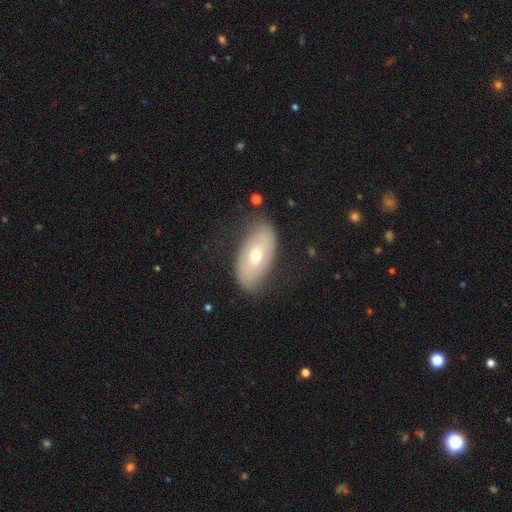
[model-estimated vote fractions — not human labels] smooth_or_featured: smooth (p=0.48) [alt: featured or disk p=0.44]
merging: none (p=0.75) [alt: minor disturbance p=0.18]